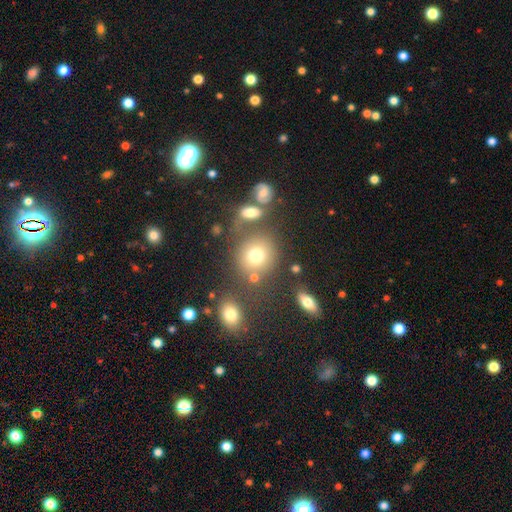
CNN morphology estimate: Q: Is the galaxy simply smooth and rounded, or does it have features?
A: smooth — 74%.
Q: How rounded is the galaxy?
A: round — 80%.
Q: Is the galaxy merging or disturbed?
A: none — 64%.